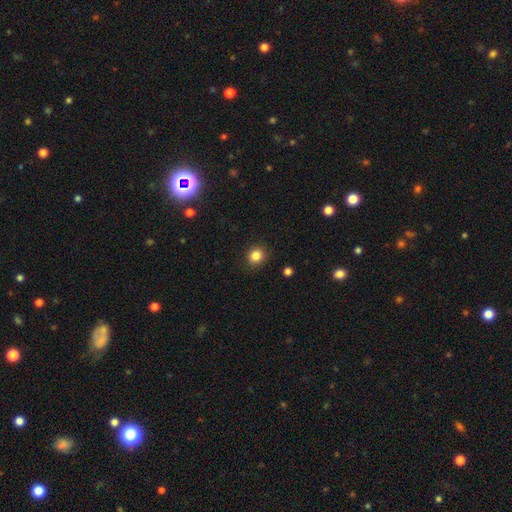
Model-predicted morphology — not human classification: This appears to be a smooth galaxy with no disk features (84%) that is round (86%). Merging: none (90%).